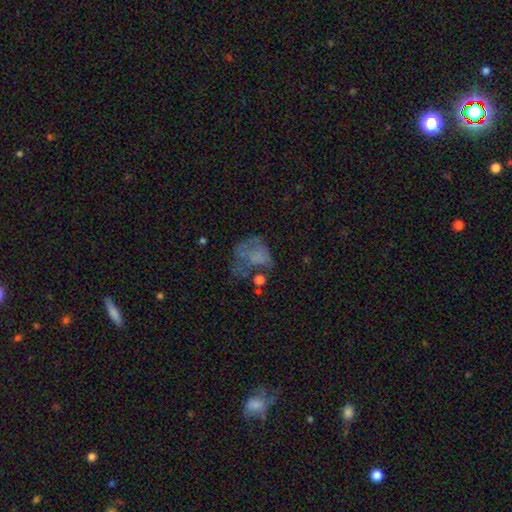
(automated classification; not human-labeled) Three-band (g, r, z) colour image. It shows a smooth galaxy with no disk features (42%). Merging: major disturbance (43%).